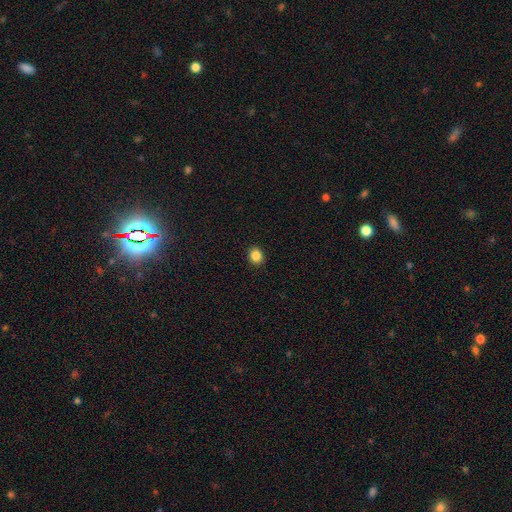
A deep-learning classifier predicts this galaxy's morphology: Smooth or featured? smooth (86%)
How rounded? round (67%)
Merging? none (92%)